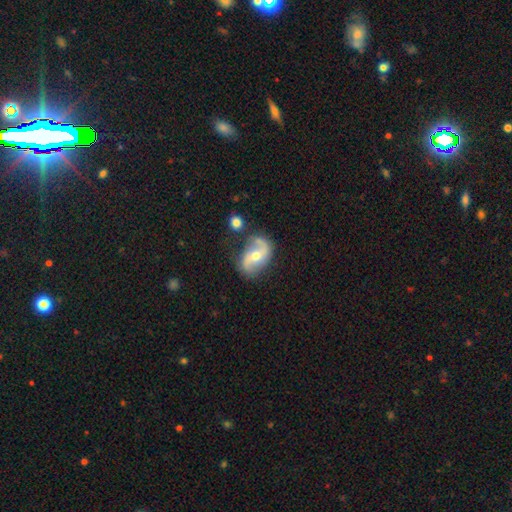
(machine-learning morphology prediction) smooth-or-featured: featured or disk: 83% | smooth: 12% | star or artifact: 6%
  disk-edge-on: no: 97% | yes: 3%
    bar: no: 46% | weak: 35% | strong: 19%
    has-spiral-arms: yes: 93% | no: 7%
      spiral-winding: loose: 61% | medium: 30% | tight: 9%
      spiral-arm-count: 2: 91% | can't tell: 3% | 1: 3% | 3: 1% | 4: 1% | more than 4: 1%
    bulge-size: moderate: 64% | small: 32% | large: 3% | none: 1% | dominant: 1%
  merging: none: 71% | minor disturbance: 17% | major disturbance: 6% | merger: 6%